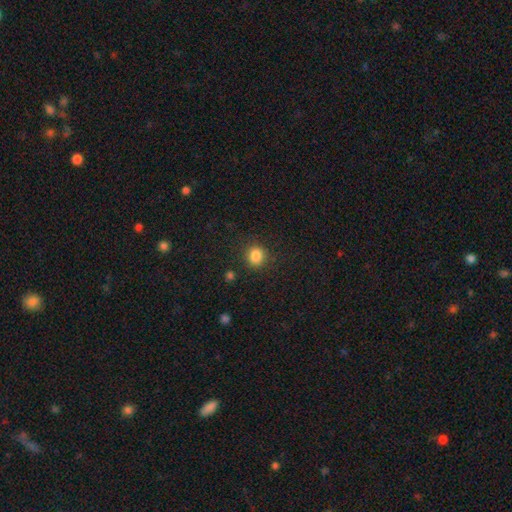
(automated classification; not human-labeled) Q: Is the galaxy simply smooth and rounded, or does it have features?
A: smooth — 84%.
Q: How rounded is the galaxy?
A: round — 84%.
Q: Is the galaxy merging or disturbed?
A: none — 87%.